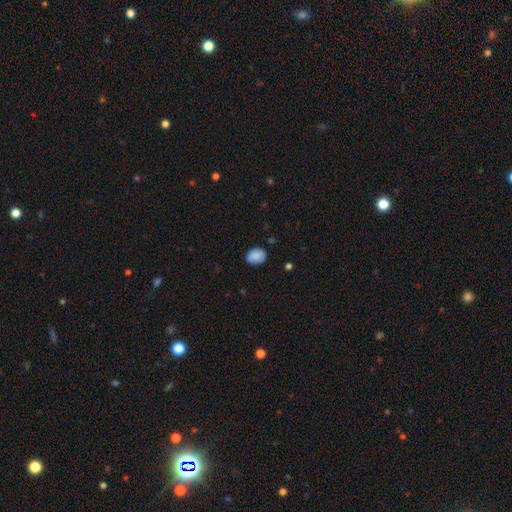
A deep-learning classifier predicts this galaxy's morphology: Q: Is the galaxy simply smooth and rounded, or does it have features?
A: smooth — 86%.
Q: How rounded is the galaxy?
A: in between — 65%.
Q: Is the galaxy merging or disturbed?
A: none — 80%.